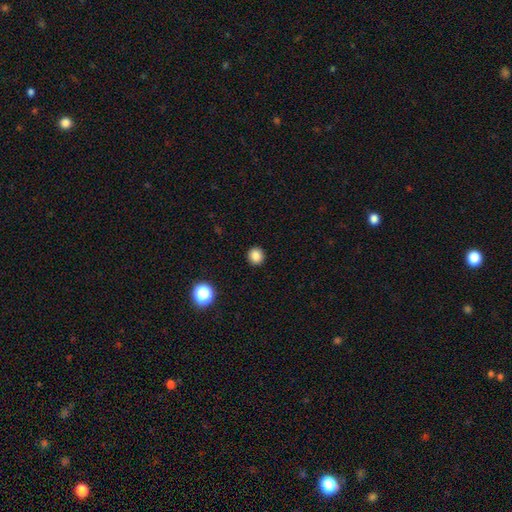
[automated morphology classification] smooth-or-featured: smooth: 85% | star or artifact: 12% | featured or disk: 3%
  how-rounded: round: 91% | in between: 8% | cigar-shaped: 1%
  merging: none: 92% | minor disturbance: 5% | major disturbance: 2% | merger: 1%